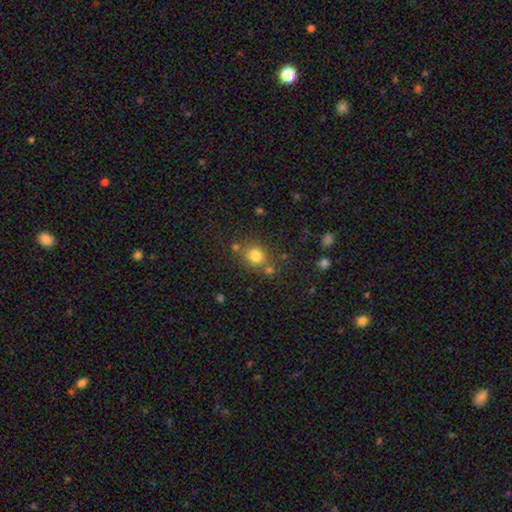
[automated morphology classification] type=smooth (78%); roundness=round (79%); merging=none (70%).